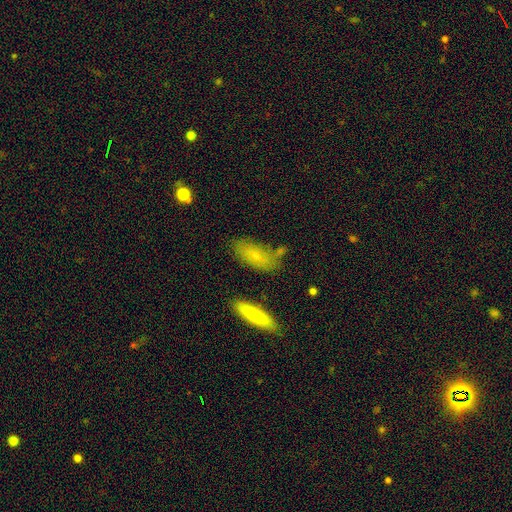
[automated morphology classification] A smooth galaxy with no disk features (73%) that is in between round and cigar-shaped (79%). Merging: none (66%).